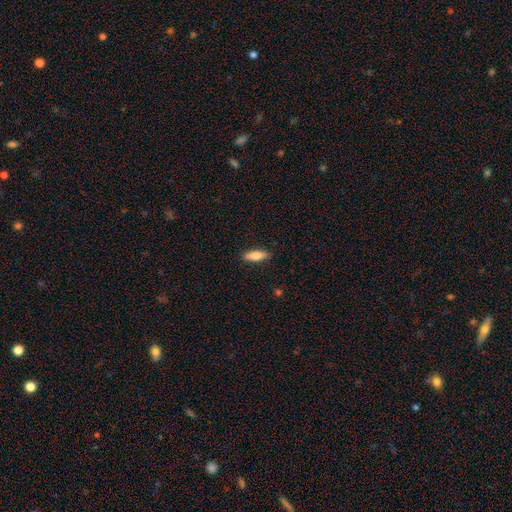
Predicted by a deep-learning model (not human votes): Smooth or featured? Predicted: smooth (p=0.78). How rounded? Predicted: in between (p=0.57). Merging? Predicted: none (p=0.89).